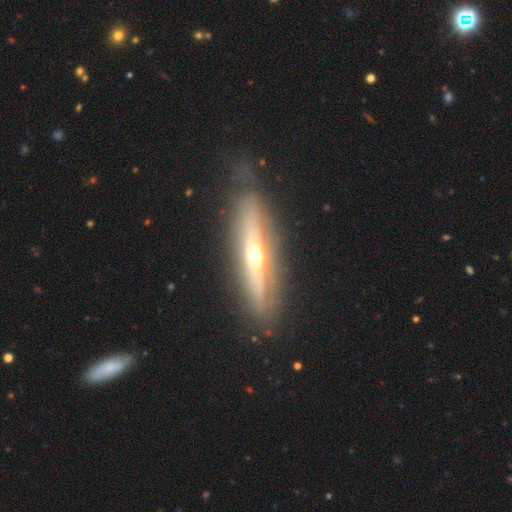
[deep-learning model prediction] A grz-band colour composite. It shows a featured or disk galaxy (70%) viewed edge-on (75%) with a rounded central bulge (87%). Merging: none (76%).